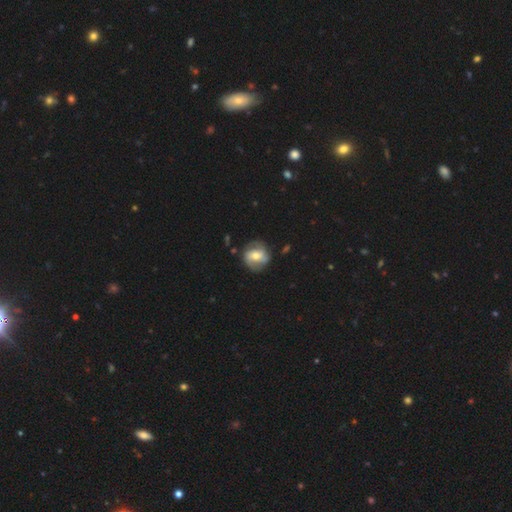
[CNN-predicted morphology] A featured or disk galaxy (63%) with a weak bar (41%), spiral arms (80%) and a moderate central bulge (63%). Merging: none (77%).